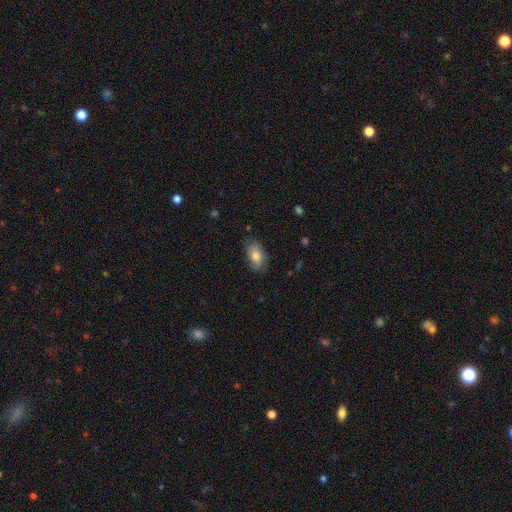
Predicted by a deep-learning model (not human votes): A smooth galaxy with no disk features (64%) that is in between round and cigar-shaped (90%). Merging: none (72%).